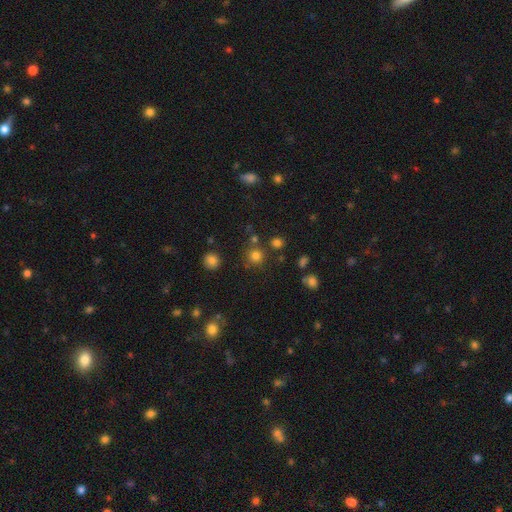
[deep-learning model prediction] smooth 76%, star or artifact 18%, featured or disk 6%. Down the decision tree: how rounded — round (92%); merging — none (79%).